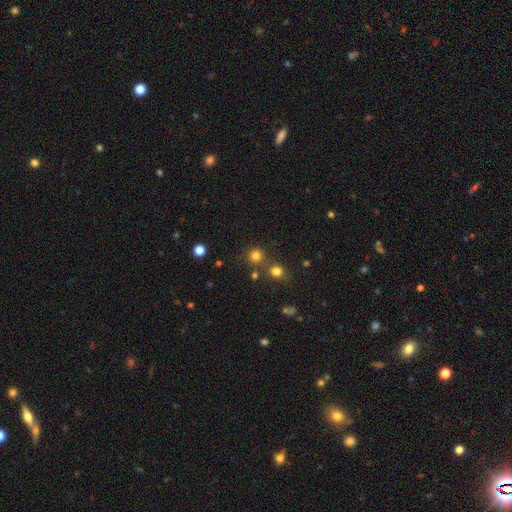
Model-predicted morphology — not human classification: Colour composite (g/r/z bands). It shows a smooth galaxy with no disk features (78%) that is round (91%). Merging: none (73%).